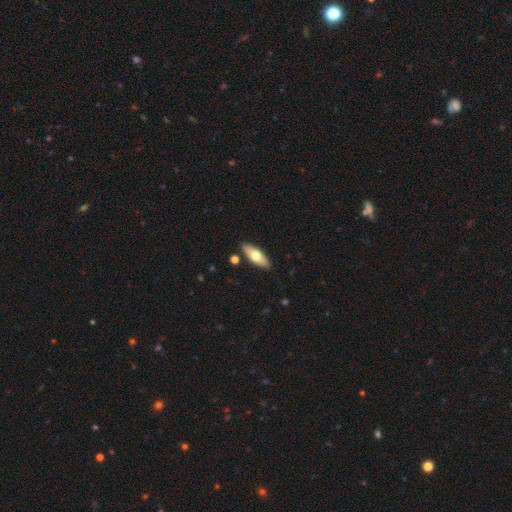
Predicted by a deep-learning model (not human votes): The model was most divided on "smooth or featured": smooth: 63%, featured or disk: 32%, star or artifact: 6%. More confident: merging — none (87%); how rounded — in between (69%).